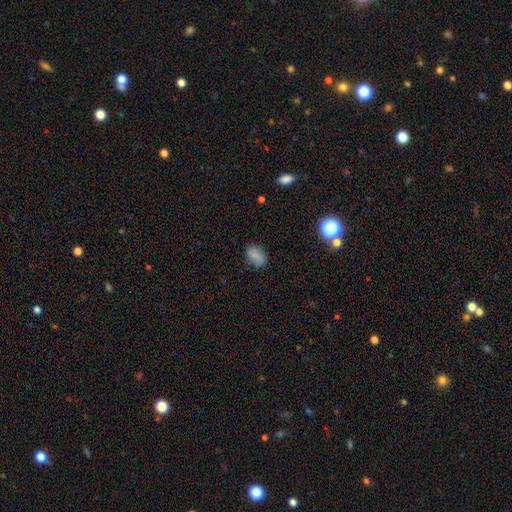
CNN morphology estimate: A smooth galaxy with no disk features (77%) that is in between round and cigar-shaped (81%). Merging: none (75%).